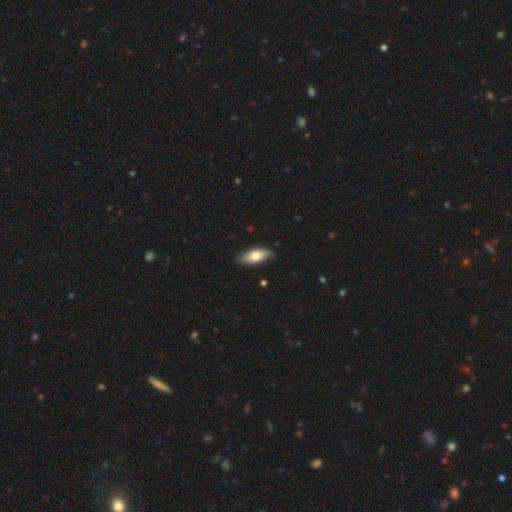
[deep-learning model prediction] smooth-or-featured: smooth: 72% | featured or disk: 22% | star or artifact: 6%
  how-rounded: in between: 77% | cigar-shaped: 21% | round: 2%
  merging: none: 84% | minor disturbance: 13% | major disturbance: 2% | merger: 1%